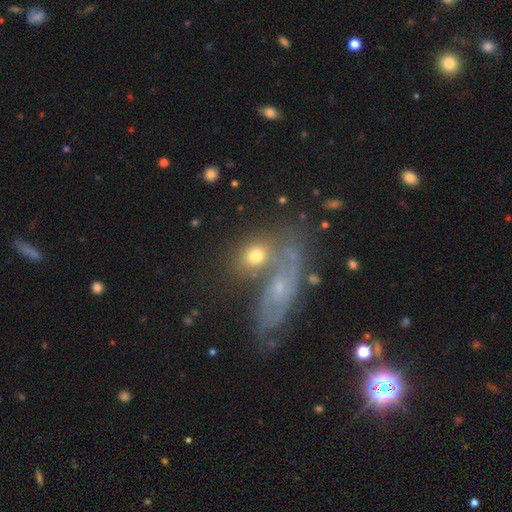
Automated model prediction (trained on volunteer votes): This appears to be a smooth galaxy with no disk features (63%) that is in between round and cigar-shaped (48%, tied with round). Merging: none (49%).